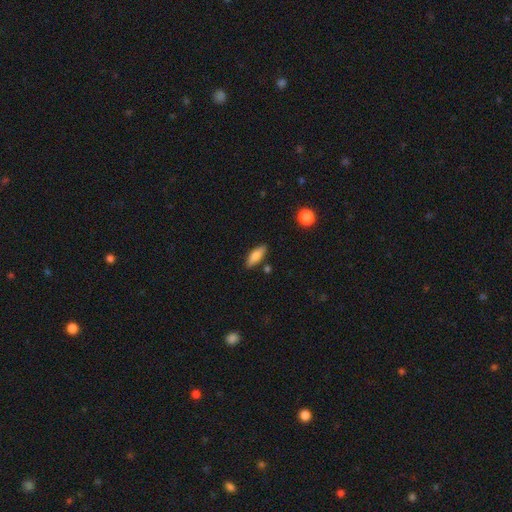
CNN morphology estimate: A smooth galaxy with no disk features (78%) that is in between round and cigar-shaped (63%).

Vote fractions:
- Smooth or featured? smooth: 78% / featured or disk: 16% / star or artifact: 7%
- How rounded? in between: 63% / cigar-shaped: 35% / round: 2%
- Merging? none: 84% / minor disturbance: 11% / merger: 3% / major disturbance: 2%